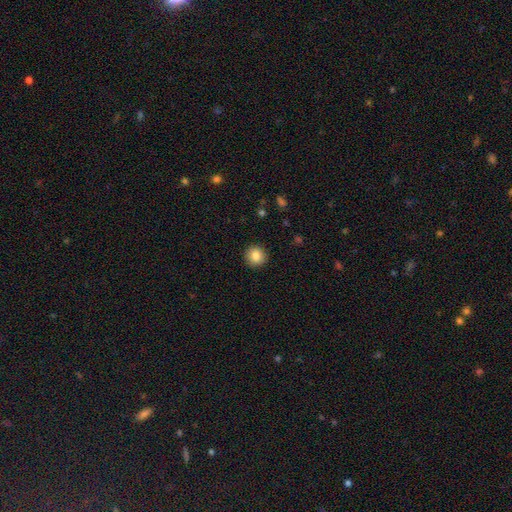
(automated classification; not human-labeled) Smooth or featured? Predicted: smooth (p=0.85). How rounded? Predicted: round (p=0.91). Merging? Predicted: none (p=0.92).